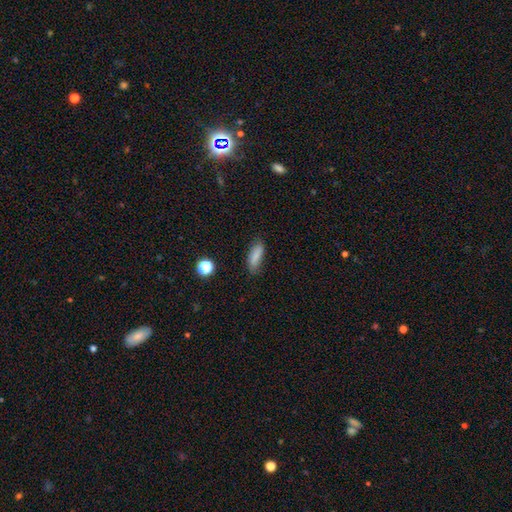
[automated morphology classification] A smooth galaxy with no disk features (82%) that is in between round and cigar-shaped (62%).

Vote fractions:
- Smooth or featured? smooth: 82% / star or artifact: 9% / featured or disk: 9%
- How rounded? in between: 62% / cigar-shaped: 35% / round: 3%
- Merging? none: 75% / minor disturbance: 19% / major disturbance: 4% / merger: 2%